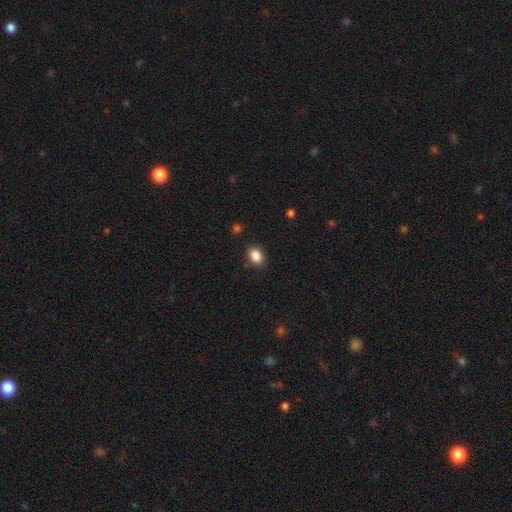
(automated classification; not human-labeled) This appears to be a smooth galaxy with no disk features (88%) that is in between round and cigar-shaped (75%). Merging: none (86%).